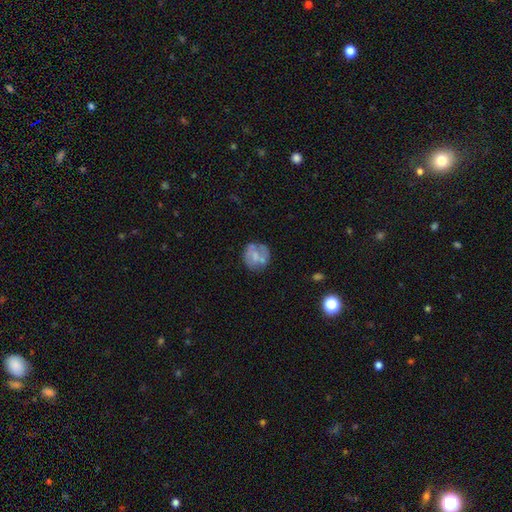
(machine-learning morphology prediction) Smooth or featured? smooth (49%)
Merging? none (60%)